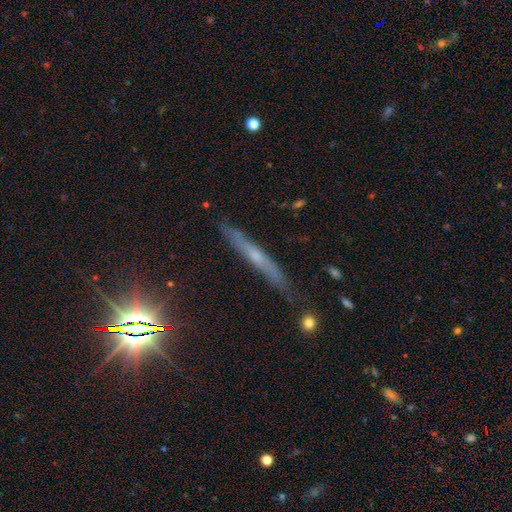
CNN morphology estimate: This appears to be a featured or disk galaxy (56%) viewed edge-on (92%) with a rounded central bulge (53%). Merging: none (83%).